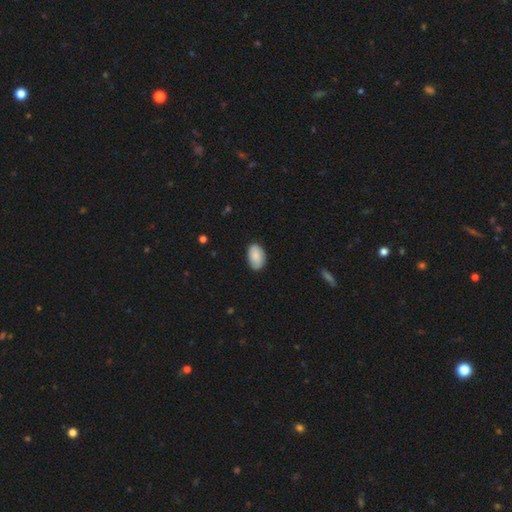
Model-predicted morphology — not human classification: type=smooth (81%); roundness=in between (93%); merging=none (81%).